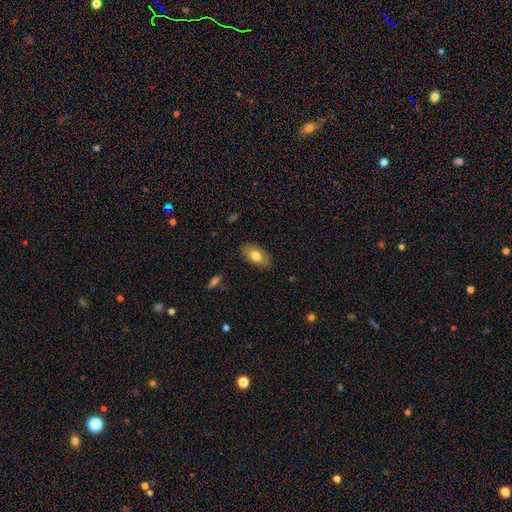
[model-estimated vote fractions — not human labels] smooth-or-featured: smooth: 76% | featured or disk: 17% | star or artifact: 7%
  how-rounded: in between: 93% | round: 4% | cigar-shaped: 3%
  merging: none: 86% | minor disturbance: 11% | major disturbance: 2% | merger: 1%